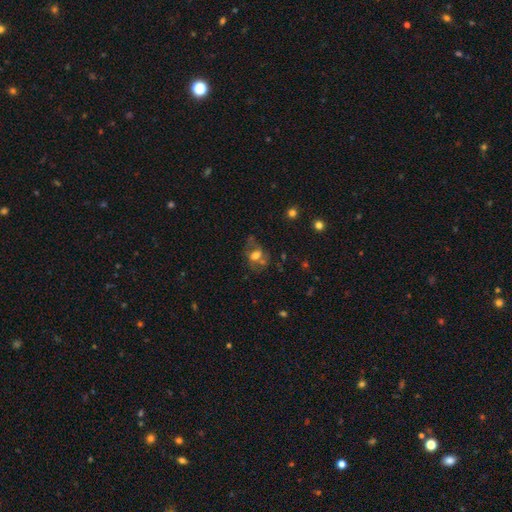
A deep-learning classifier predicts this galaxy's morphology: Smooth or featured? Predicted: smooth (p=0.46). Merging? Predicted: none (p=0.42).